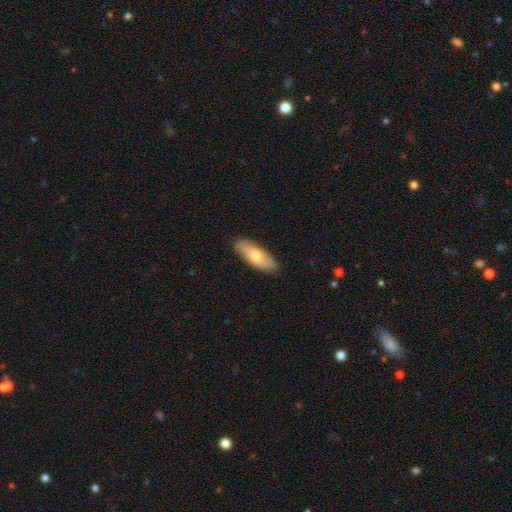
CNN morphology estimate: smooth 71%, featured or disk 24%, star or artifact 5%. Down the decision tree: how rounded — in between (66%); merging — none (88%).